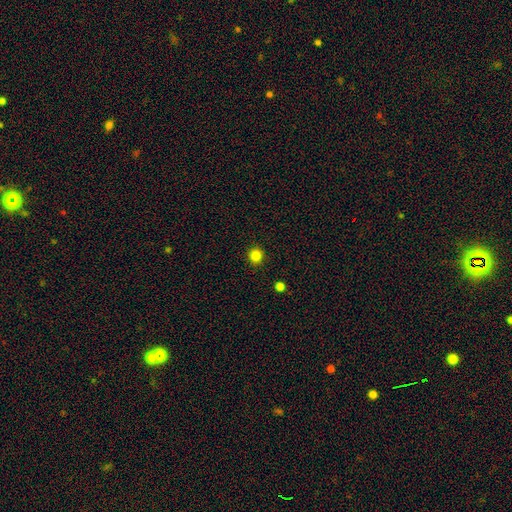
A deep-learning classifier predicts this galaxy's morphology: Smooth or featured: smooth — 84% (star or artifact — 12%)
How rounded: round — 92% (in between — 7%)
Merging: none — 92% (minor disturbance — 5%)